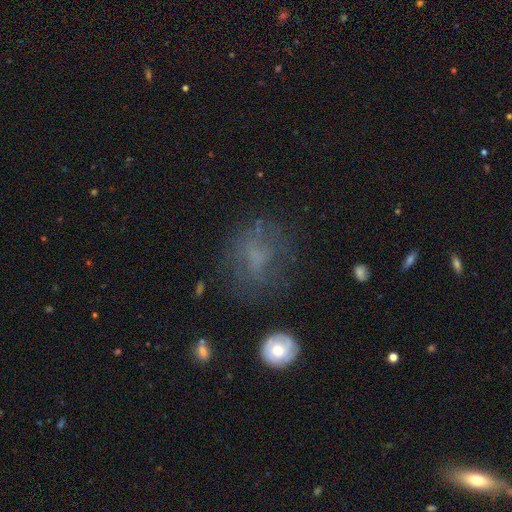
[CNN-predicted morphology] Smooth or featured: smooth — 47% (featured or disk — 32%)
Merging: none — 61% (minor disturbance — 19%)